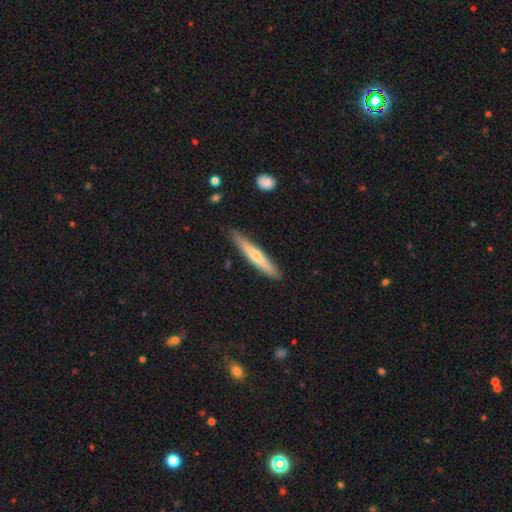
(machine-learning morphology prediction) smooth 51%, featured or disk 43%, star or artifact 5%. Down the decision tree: how rounded — cigar-shaped (94%); merging — none (87%).